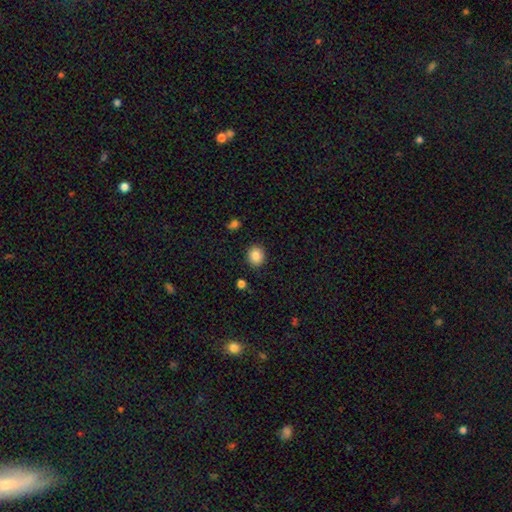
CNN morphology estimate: Smooth or featured?
  - smooth: 86% *
  - star or artifact: 9%
  - featured or disk: 5%
How rounded?
  - round: 74% *
  - in between: 26%
  - cigar-shaped: 1%
Merging?
  - none: 90% *
  - minor disturbance: 7%
  - major disturbance: 2%
  - merger: 2%